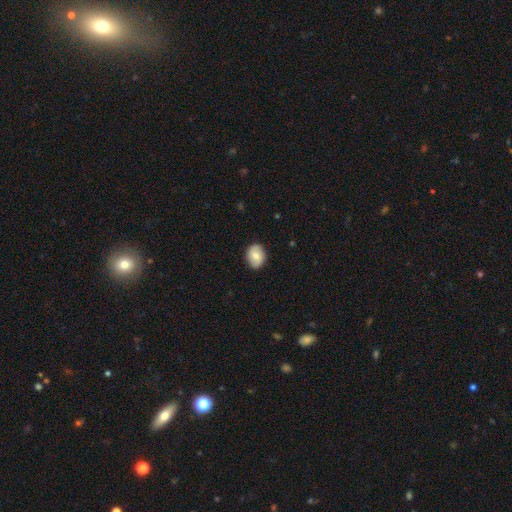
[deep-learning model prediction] This is likely a smooth galaxy (65%). How rounded: possibly in between (57%). Merging: clearly none (85%).